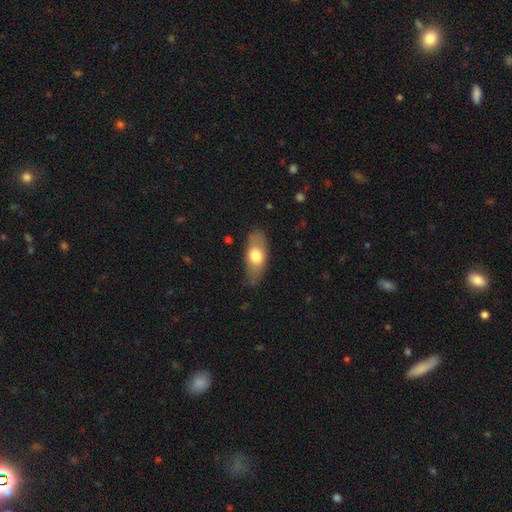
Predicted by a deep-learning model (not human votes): Q: Smooth or featured?
A: smooth (68%); runner-up: featured or disk (26%)
Q: How rounded?
A: in between (82%); runner-up: cigar-shaped (13%)
Q: Merging?
A: none (75%); runner-up: minor disturbance (19%)